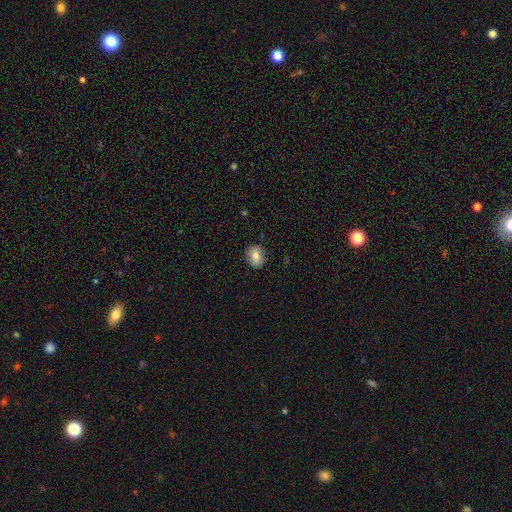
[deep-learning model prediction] Morphology: type=smooth (79%); roundness=round (50%); merging=none (83%).